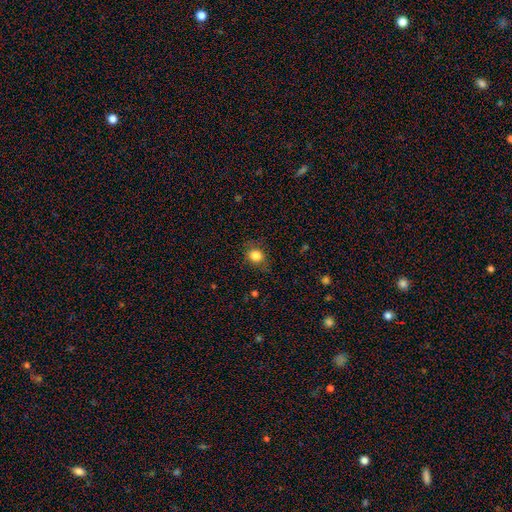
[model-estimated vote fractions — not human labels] Smooth or featured?
  - smooth: 82% *
  - star or artifact: 11%
  - featured or disk: 7%
How rounded?
  - round: 67% *
  - in between: 32%
  - cigar-shaped: 1%
Merging?
  - none: 77% *
  - minor disturbance: 16%
  - major disturbance: 6%
  - merger: 1%